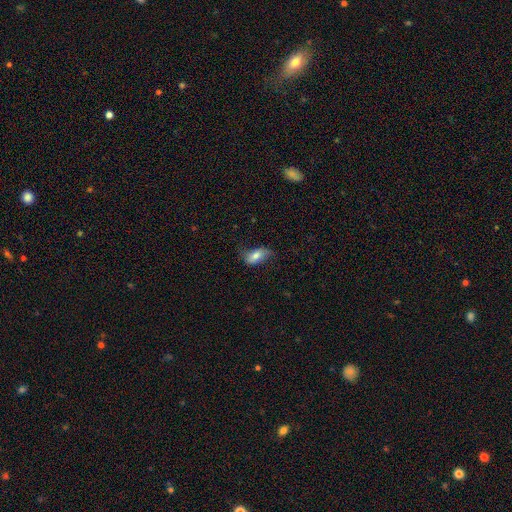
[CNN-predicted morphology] Q: Smooth or featured?
A: smooth (65%); runner-up: featured or disk (27%)
Q: How rounded?
A: in between (88%); runner-up: cigar-shaped (7%)
Q: Merging?
A: none (58%); runner-up: minor disturbance (28%)